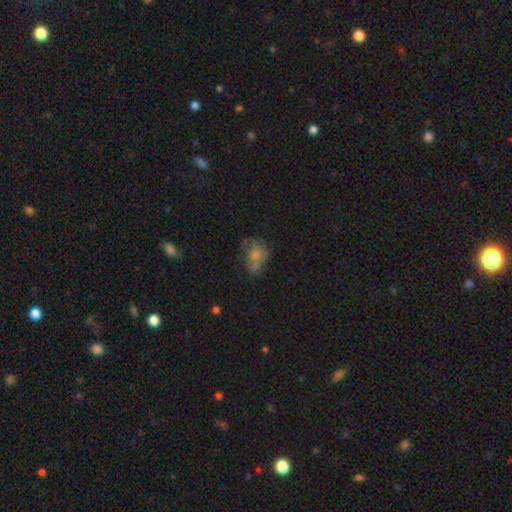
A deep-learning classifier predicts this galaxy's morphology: Smooth or featured? Predicted: smooth (p=0.57). How rounded? Predicted: in between (p=0.66). Merging? Predicted: none (p=0.40).